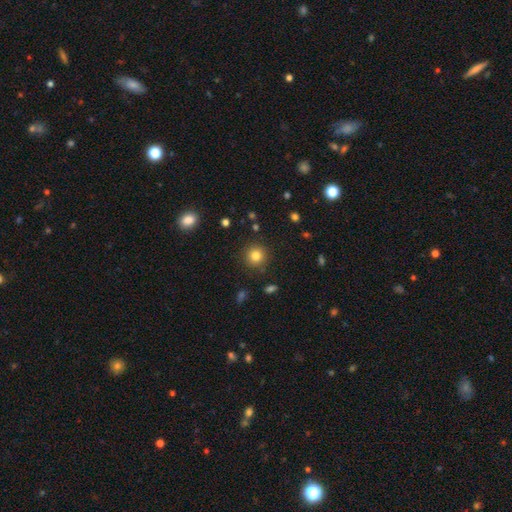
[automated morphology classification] type=smooth (82%); roundness=round (93%); merging=none (89%).